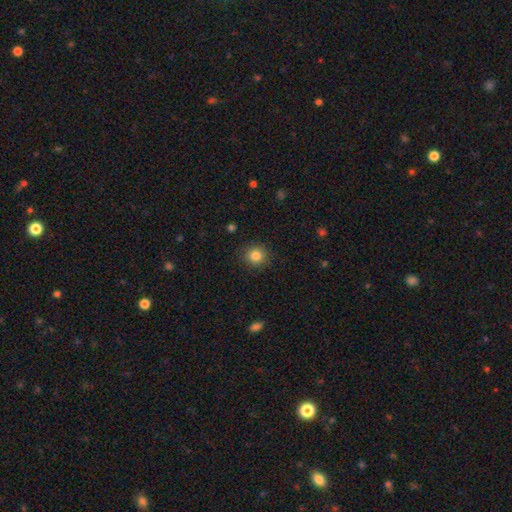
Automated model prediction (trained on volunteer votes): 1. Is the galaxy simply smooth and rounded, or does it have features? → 84% smooth, 11% star or artifact, 5% featured or disk.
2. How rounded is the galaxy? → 89% round, 10% in between, 1% cigar-shaped.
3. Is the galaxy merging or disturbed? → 89% none, 7% minor disturbance, 2% major disturbance, 1% merger.